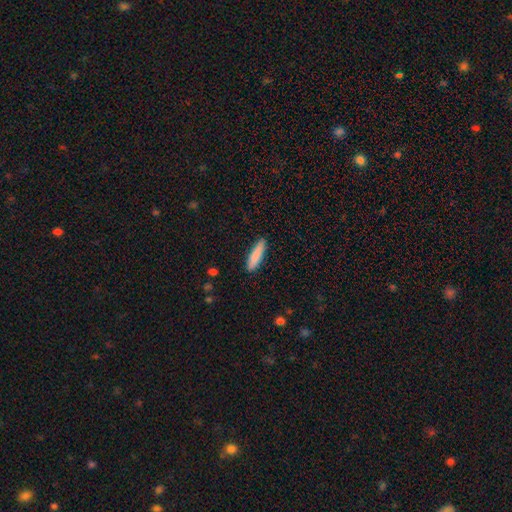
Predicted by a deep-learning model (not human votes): Morphology: type=smooth (86%); roundness=cigar-shaped (77%); merging=none (87%).